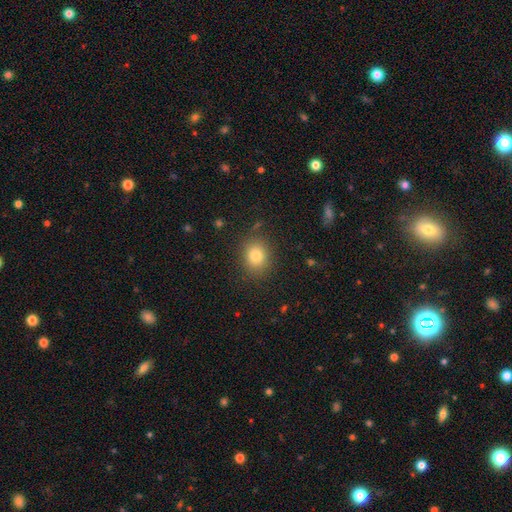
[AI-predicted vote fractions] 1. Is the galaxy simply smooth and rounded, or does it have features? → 82% smooth, 11% star or artifact, 7% featured or disk.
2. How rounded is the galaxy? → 60% round, 39% in between, 1% cigar-shaped.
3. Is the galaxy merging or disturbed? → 85% none, 10% minor disturbance, 4% major disturbance, 1% merger.